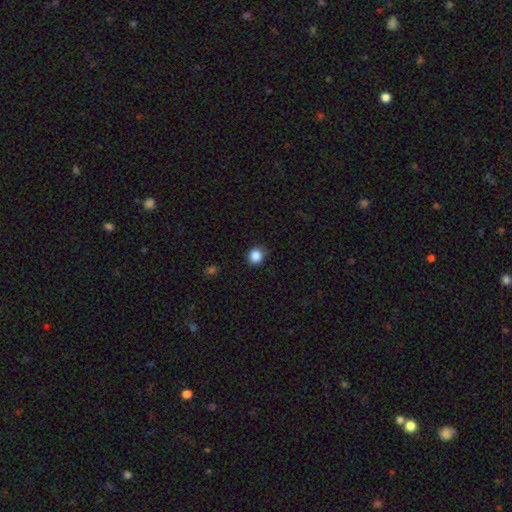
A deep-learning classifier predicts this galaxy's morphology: A smooth galaxy with no disk features (87%) that is round (84%). Merging: none (88%).